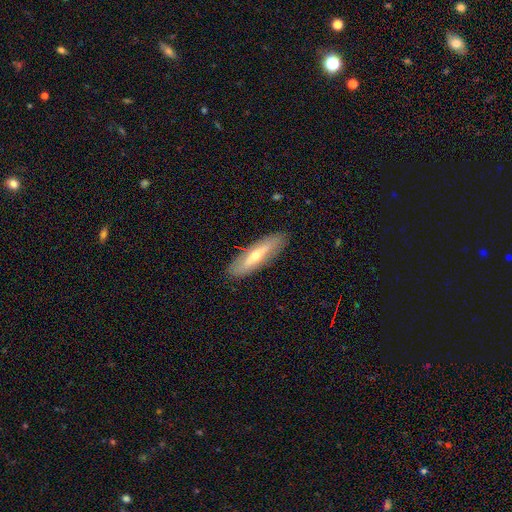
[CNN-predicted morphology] Smooth or featured? featured or disk (56%)
Edge-on disk? yes (58%)
Merging? none (89%)